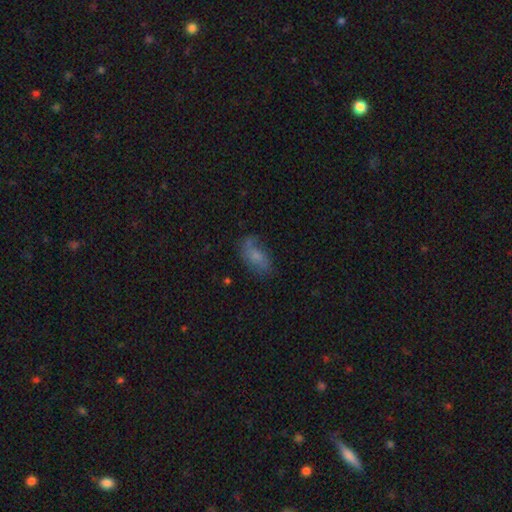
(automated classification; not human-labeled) Smooth or featured? smooth (54%)
How rounded? in between (89%)
Merging? none (56%)